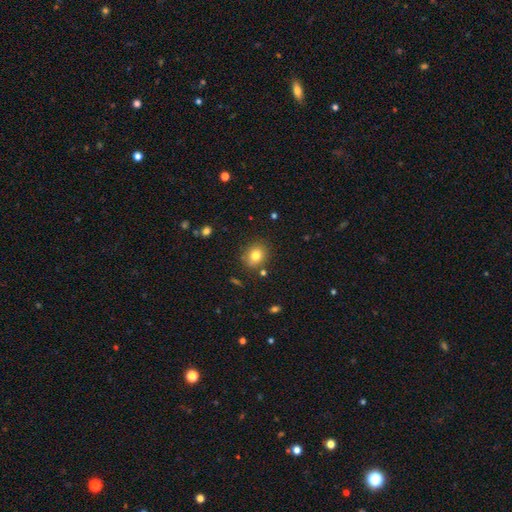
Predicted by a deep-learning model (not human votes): Smooth or featured?
  - smooth: 79% *
  - star or artifact: 12%
  - featured or disk: 9%
How rounded?
  - round: 70% *
  - in between: 29%
  - cigar-shaped: 1%
Merging?
  - none: 81% *
  - minor disturbance: 12%
  - merger: 4%
  - major disturbance: 3%